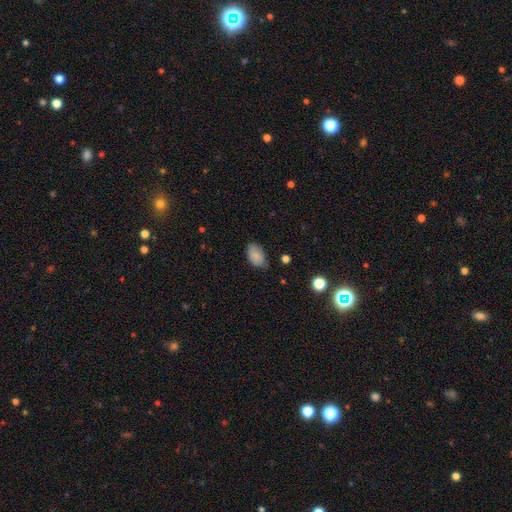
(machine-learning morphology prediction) smooth_or_featured: smooth (p=0.85) [alt: star or artifact p=0.08]
how_rounded: in between (p=0.91) [alt: round p=0.08]
merging: none (p=0.74) [alt: minor disturbance p=0.21]